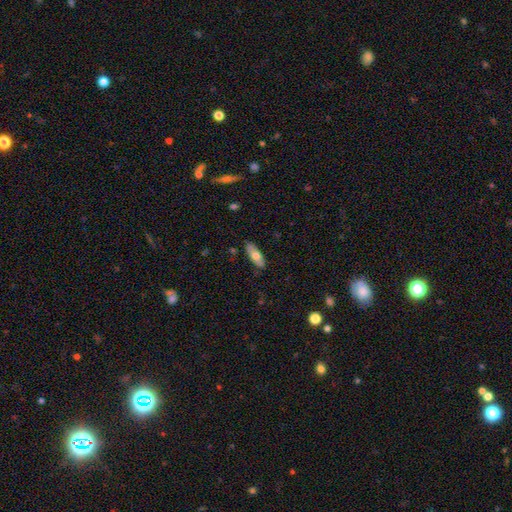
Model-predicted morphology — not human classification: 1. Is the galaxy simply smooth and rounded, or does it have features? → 66% smooth, 28% featured or disk, 6% star or artifact.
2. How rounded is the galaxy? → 72% in between, 26% cigar-shaped, 2% round.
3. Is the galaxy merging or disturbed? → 85% none, 12% minor disturbance, 2% major disturbance, 1% merger.